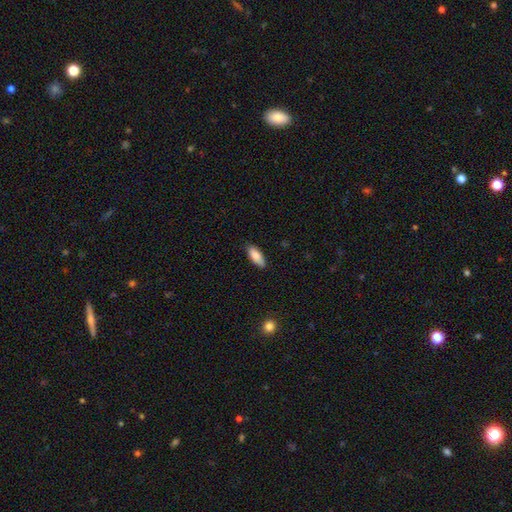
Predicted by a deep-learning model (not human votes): Morphology: type=smooth (85%); roundness=in between (79%); merging=none (81%).